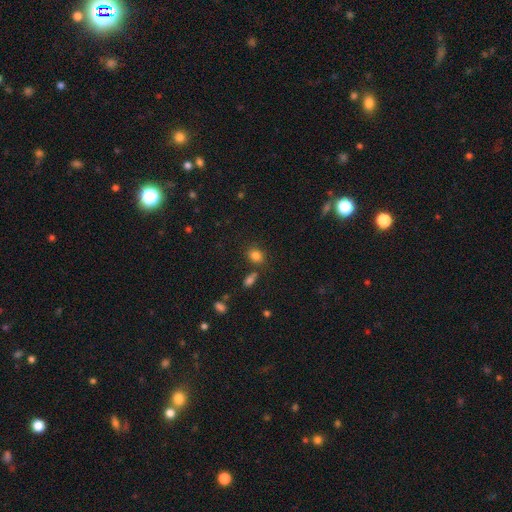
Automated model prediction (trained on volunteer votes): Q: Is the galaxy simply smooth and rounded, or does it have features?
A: smooth — 83%.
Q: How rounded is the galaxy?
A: in between — 57%.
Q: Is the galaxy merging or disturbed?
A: none — 72%.